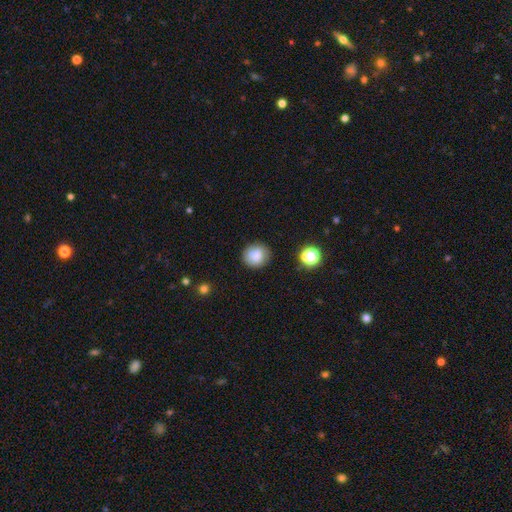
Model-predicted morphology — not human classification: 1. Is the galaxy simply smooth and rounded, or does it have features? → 82% smooth, 10% star or artifact, 8% featured or disk.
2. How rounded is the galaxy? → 85% round, 15% in between, 1% cigar-shaped.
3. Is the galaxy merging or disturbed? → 82% none, 12% minor disturbance, 3% major disturbance, 2% merger.